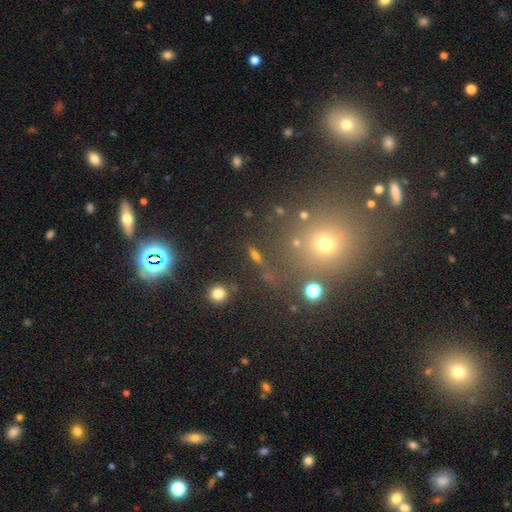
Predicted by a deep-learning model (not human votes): smooth_or_featured: smooth (p=0.49) [alt: star or artifact p=0.37]
merging: none (p=0.78) [alt: minor disturbance p=0.10]